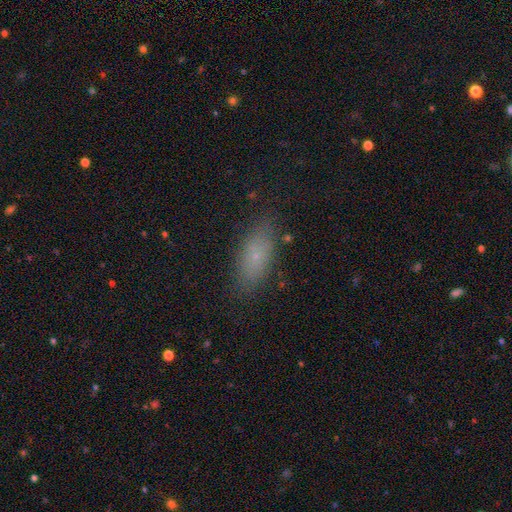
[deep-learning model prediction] Smooth or featured: smooth — 71% (featured or disk — 16%)
How rounded: in between — 75% (cigar-shaped — 21%)
Merging: none — 83% (minor disturbance — 12%)